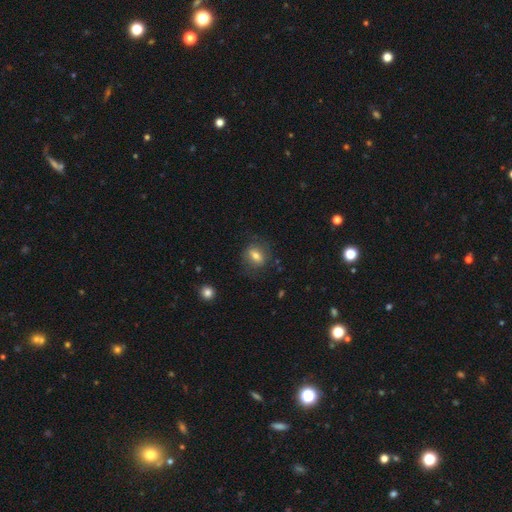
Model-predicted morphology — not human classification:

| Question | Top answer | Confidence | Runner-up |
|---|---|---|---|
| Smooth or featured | smooth | 66% | featured or disk (25%) |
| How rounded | in between | 57% | round (40%) |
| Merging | none | 74% | minor disturbance (17%) |